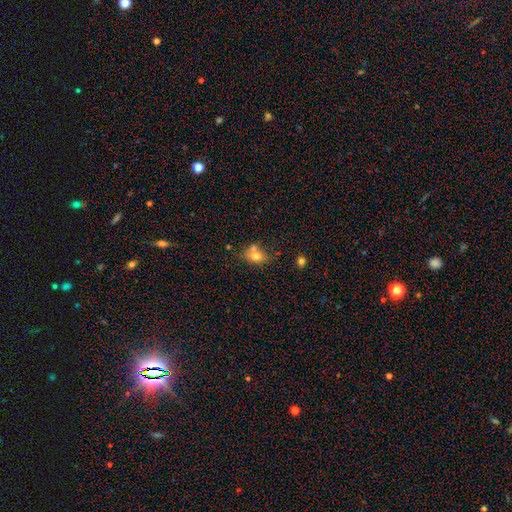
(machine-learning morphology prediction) Smooth or featured? Predicted: smooth (p=0.72). How rounded? Predicted: in between (p=0.67). Merging? Predicted: none (p=0.45).